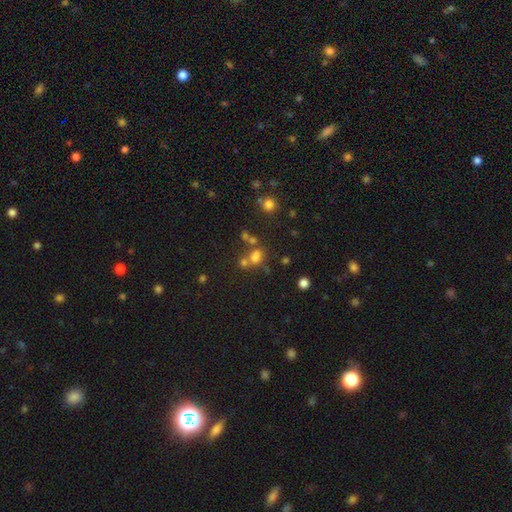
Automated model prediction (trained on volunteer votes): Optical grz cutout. It shows a smooth galaxy with no disk features (63%) that is in between round and cigar-shaped (49%, tied with round). Merging: none (44%).